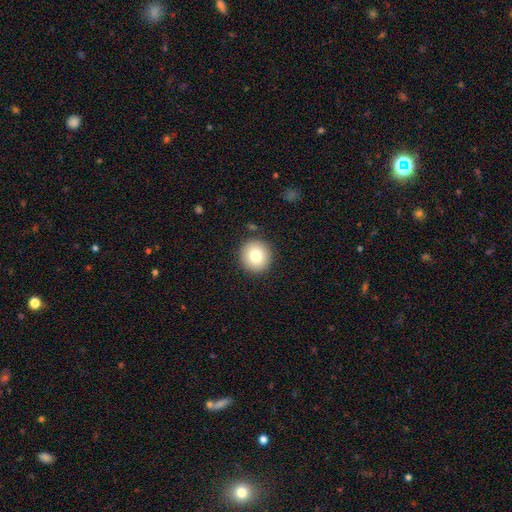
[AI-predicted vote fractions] smooth 78%, featured or disk 12%, star or artifact 10%. Down the decision tree: how rounded — round (94%); merging — none (90%).